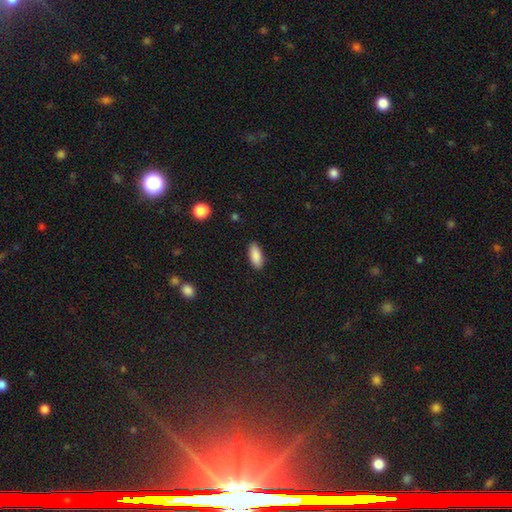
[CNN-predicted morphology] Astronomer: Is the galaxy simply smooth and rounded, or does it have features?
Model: smooth — 88%.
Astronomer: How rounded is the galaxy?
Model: in between — 83%.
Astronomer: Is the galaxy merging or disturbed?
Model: none — 89%.